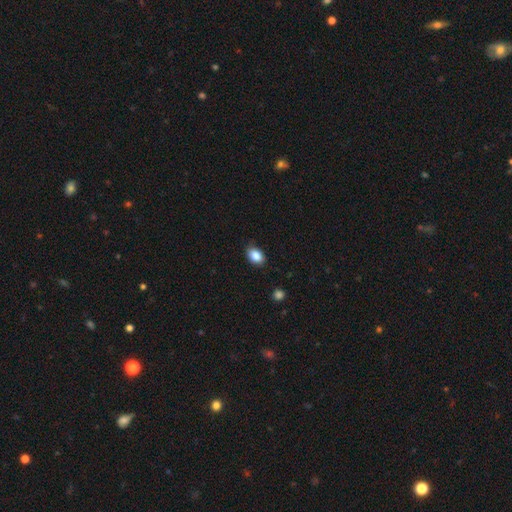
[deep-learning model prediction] The model was most divided on "how rounded": in between: 83%, round: 16%, cigar-shaped: 1%. More confident: smooth or featured — smooth (87%); merging — none (85%).